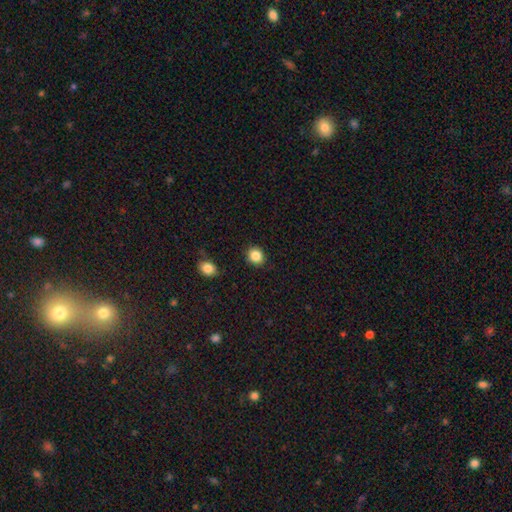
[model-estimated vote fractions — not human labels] Smooth or featured?
  - smooth: 86% *
  - star or artifact: 10%
  - featured or disk: 4%
How rounded?
  - round: 73% *
  - in between: 26%
  - cigar-shaped: 1%
Merging?
  - none: 89% *
  - minor disturbance: 7%
  - major disturbance: 2%
  - merger: 2%